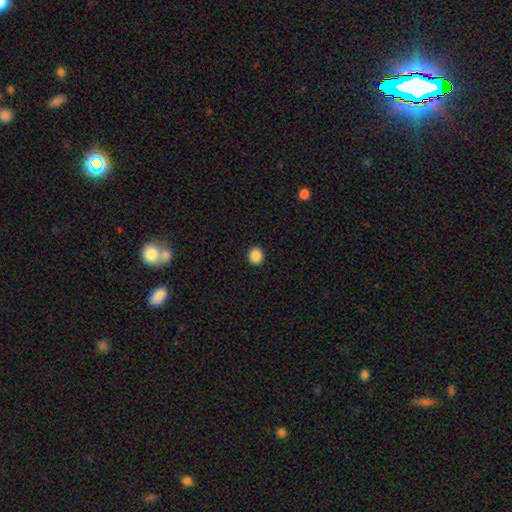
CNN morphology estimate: Smooth or featured? smooth (88%)
How rounded? round (82%)
Merging? none (92%)